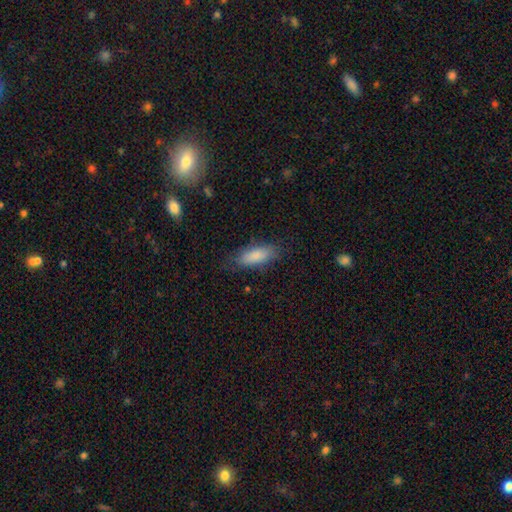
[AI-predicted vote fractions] This appears to be a smooth galaxy with no disk features (86%) that is in between round and cigar-shaped (73%). Merging: none (78%).